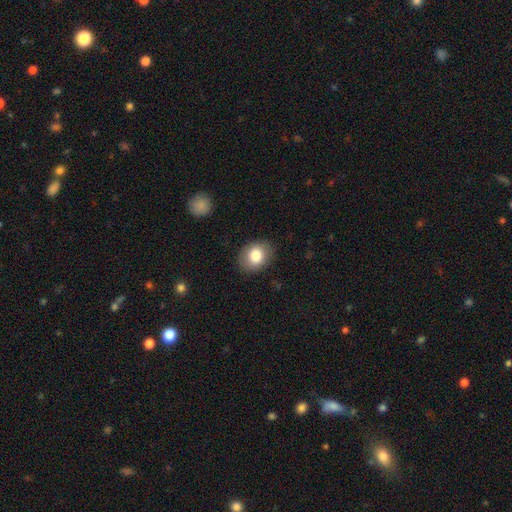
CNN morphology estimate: smooth_or_featured: smooth (p=0.82) [alt: featured or disk p=0.10]
how_rounded: in between (p=0.54) [alt: round p=0.45]
merging: none (p=0.87) [alt: minor disturbance p=0.10]